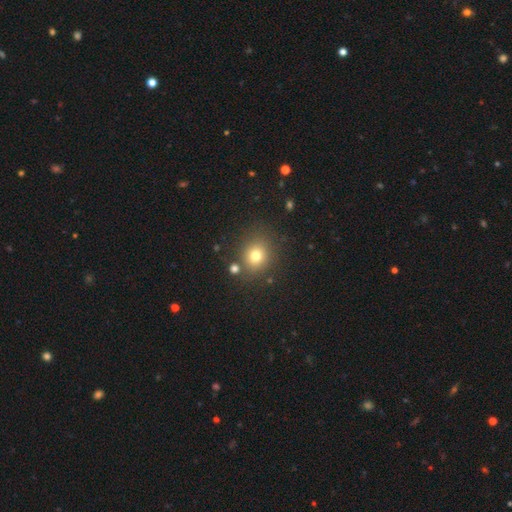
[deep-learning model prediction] Smooth or featured?
  - smooth: 74% *
  - star or artifact: 16%
  - featured or disk: 9%
How rounded?
  - round: 79% *
  - in between: 20%
  - cigar-shaped: 1%
Merging?
  - none: 79% *
  - minor disturbance: 10%
  - merger: 7%
  - major disturbance: 4%